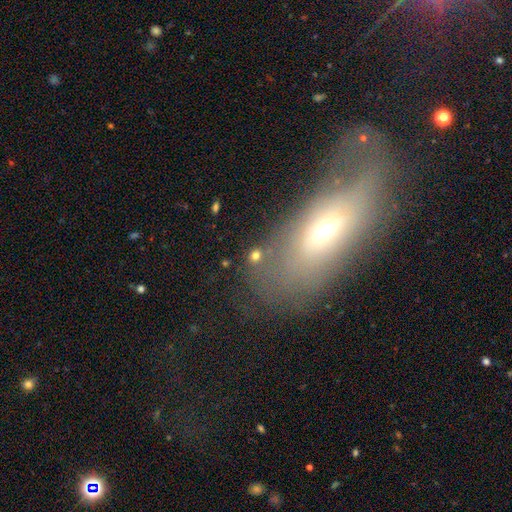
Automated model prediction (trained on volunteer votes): Smooth or featured: smooth — 63% (star or artifact — 25%)
How rounded: round — 58% (in between — 37%)
Merging: none — 70% (minor disturbance — 12%)